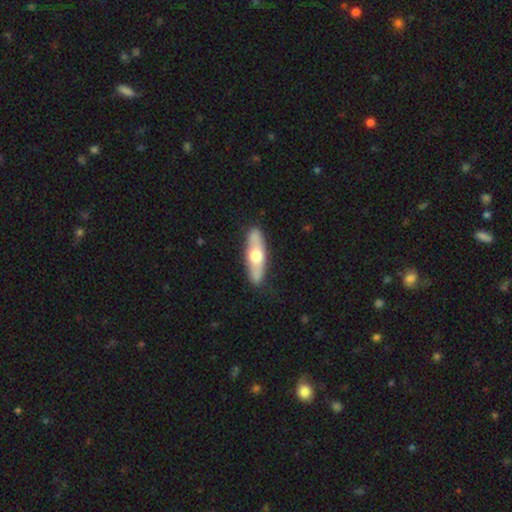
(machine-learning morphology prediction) This is possibly a smooth galaxy (49%). Merging: clearly none (86%).